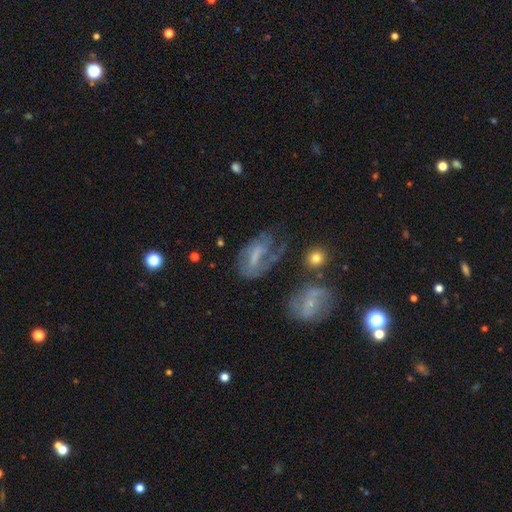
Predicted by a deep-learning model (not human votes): This is possibly a featured or disk galaxy (56%). It is clearly not viewed edge-on (93%). Bar: marginally weak (41%). Spiral arm pattern: likely yes (66%). Central bulge: marginally none (42%). Merging: marginally none (39%).